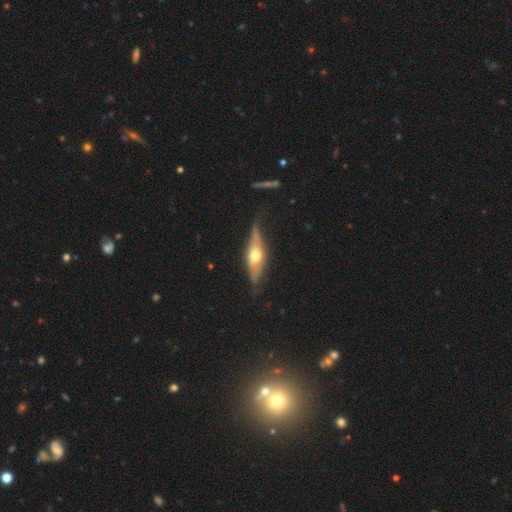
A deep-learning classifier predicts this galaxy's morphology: A featured or disk galaxy (59%) viewed edge-on (74%). Merging: none (65%).